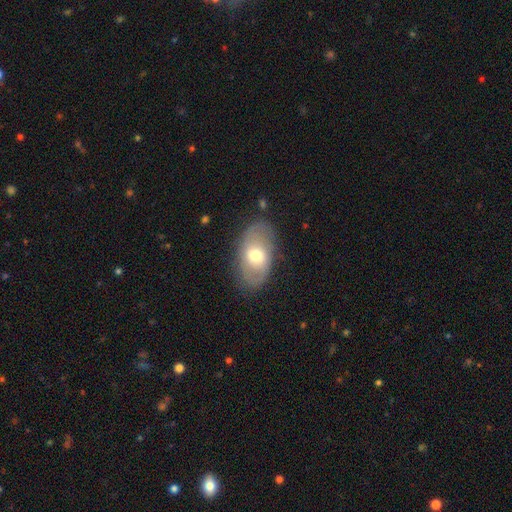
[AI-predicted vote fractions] Smooth or featured: smooth — 51% (featured or disk — 42%)
How rounded: in between — 89% (round — 10%)
Merging: none — 77% (minor disturbance — 16%)